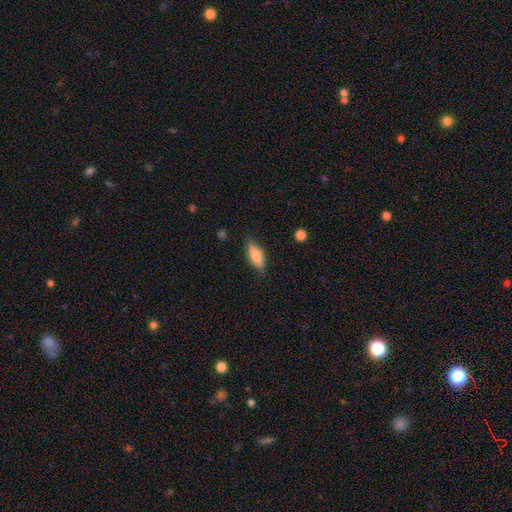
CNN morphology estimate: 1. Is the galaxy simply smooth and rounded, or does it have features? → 77% smooth, 17% featured or disk, 7% star or artifact.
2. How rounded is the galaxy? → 69% in between, 28% cigar-shaped, 2% round.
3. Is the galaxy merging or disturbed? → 80% none, 15% minor disturbance, 3% major disturbance, 1% merger.